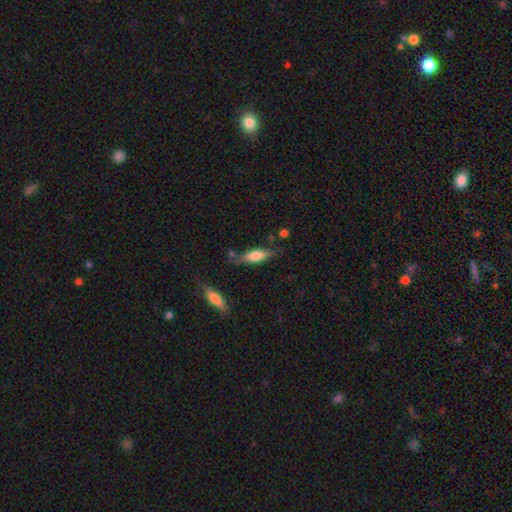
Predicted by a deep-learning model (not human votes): Q: Smooth or featured?
A: smooth (60%); runner-up: featured or disk (33%)
Q: How rounded?
A: in between (52%); runner-up: cigar-shaped (46%)
Q: Merging?
A: none (66%); runner-up: minor disturbance (21%)